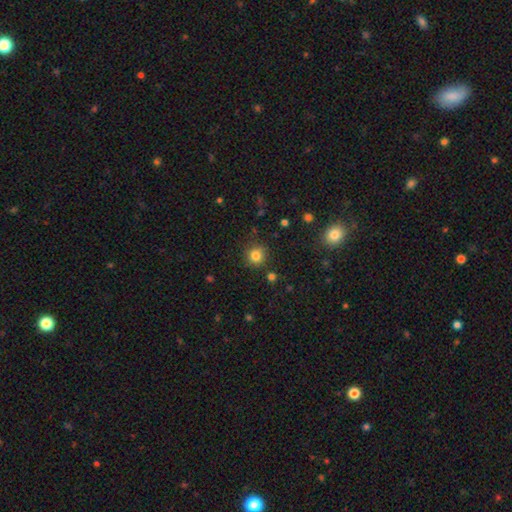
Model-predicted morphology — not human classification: Q: Smooth or featured?
A: smooth (81%); runner-up: star or artifact (13%)
Q: How rounded?
A: round (92%); runner-up: in between (7%)
Q: Merging?
A: none (87%); runner-up: minor disturbance (8%)